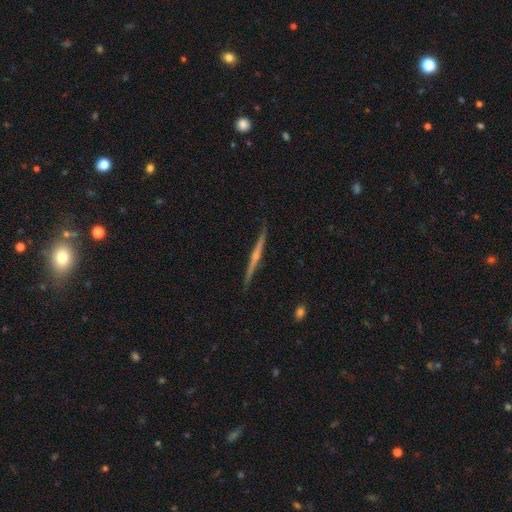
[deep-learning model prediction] Smooth or featured?
  - featured or disk: 78% *
  - smooth: 16%
  - star or artifact: 6%
Edge-on disk?
  - yes: 98% *
  - no: 2%
Edge-on bulge?
  - rounded: 71% *
  - none: 23%
  - boxy: 6%
Merging?
  - none: 89% *
  - minor disturbance: 8%
  - major disturbance: 1%
  - merger: 1%